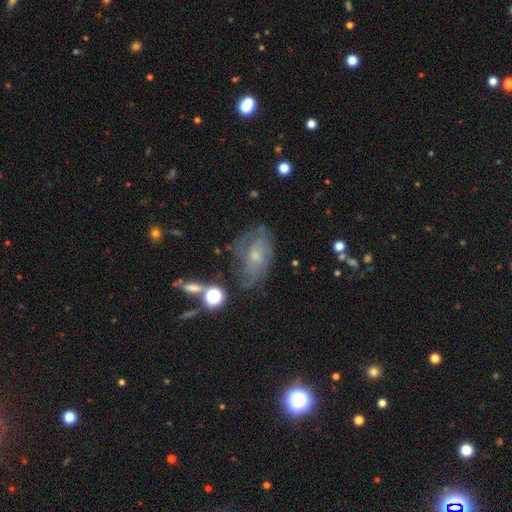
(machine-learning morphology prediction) smooth_or_featured: featured or disk (p=0.67) [alt: smooth p=0.22]
disk_edge_on: no (p=0.95) [alt: yes p=0.05]
bar: no (p=0.70) [alt: weak p=0.26]
has_spiral_arms: yes (p=0.81) [alt: no p=0.19]
spiral_winding: tight (p=0.42) [alt: medium p=0.39]
spiral_arm_count: can't tell (p=0.50) [alt: 2 p=0.19]
bulge_size: small (p=0.54) [alt: moderate p=0.35]
merging: none (p=0.56) [alt: minor disturbance p=0.24]